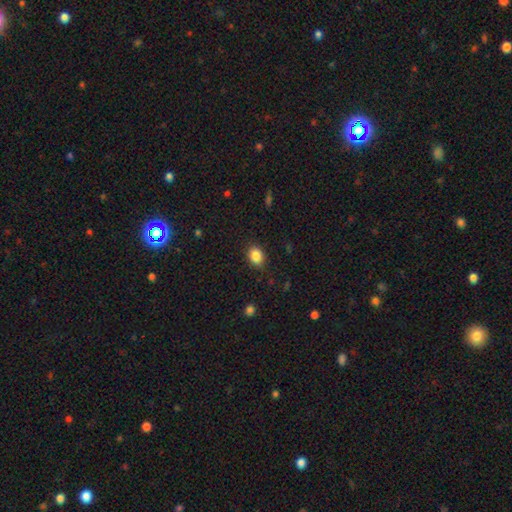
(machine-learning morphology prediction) Smooth or featured? Predicted: smooth (p=0.86). How rounded? Predicted: in between (p=0.63). Merging? Predicted: none (p=0.86).